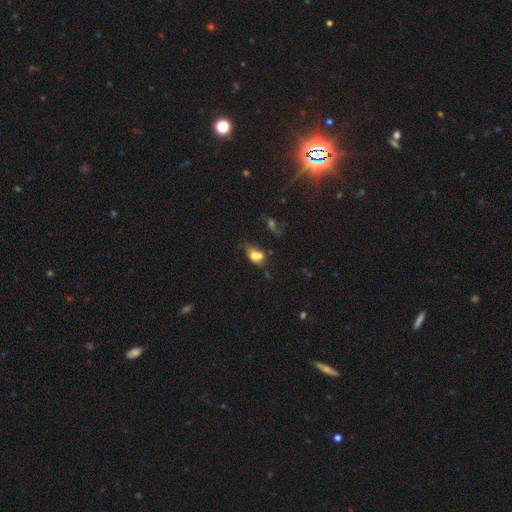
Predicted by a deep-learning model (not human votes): Smooth or featured? Predicted: smooth (p=0.65). How rounded? Predicted: in between (p=0.71). Merging? Predicted: merger (p=0.44).